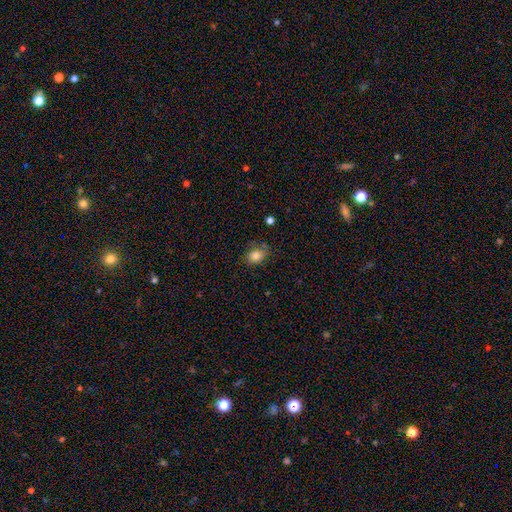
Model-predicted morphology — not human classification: smooth 83%, star or artifact 10%, featured or disk 8%. Down the decision tree: how rounded — in between (69%); merging — none (69%).